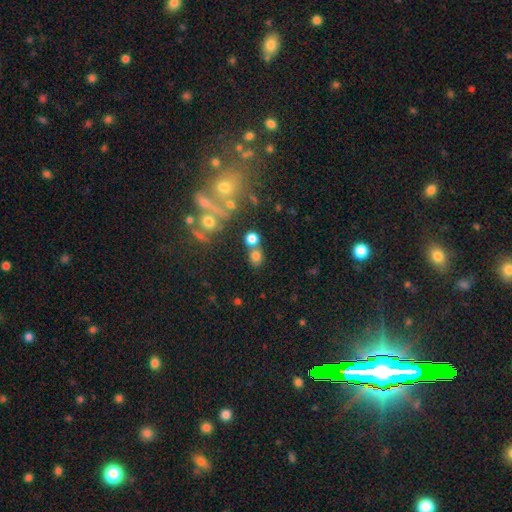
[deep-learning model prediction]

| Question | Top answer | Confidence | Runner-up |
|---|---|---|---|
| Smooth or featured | smooth | 69% | star or artifact (20%) |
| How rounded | round | 63% | in between (35%) |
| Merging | none | 53% | merger (31%) |